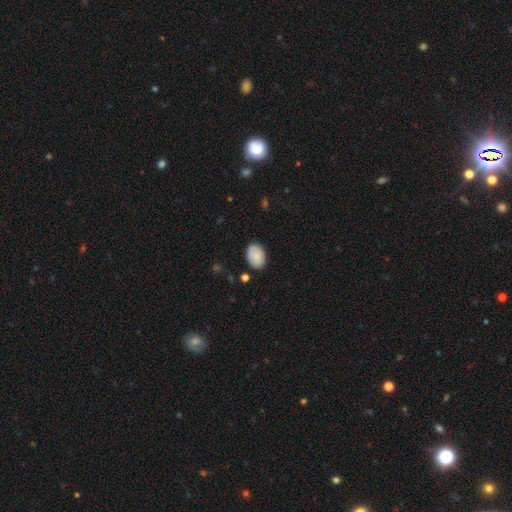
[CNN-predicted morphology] smooth 85%, featured or disk 8%, star or artifact 7%. Down the decision tree: how rounded — in between (80%); merging — none (83%).